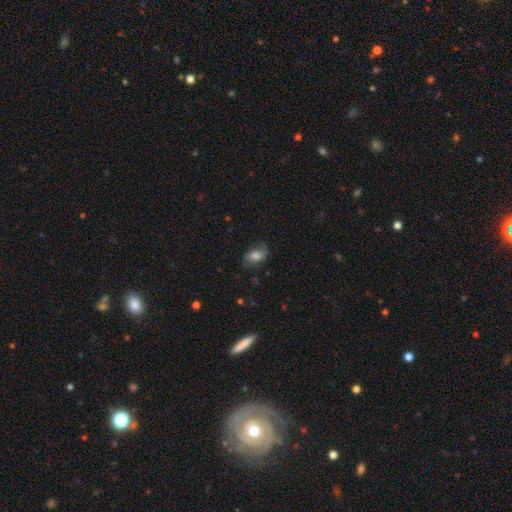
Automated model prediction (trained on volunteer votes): Overall: smooth (57%; featured or disk 34%). How rounded: in between (87%). Merging: none (67%).